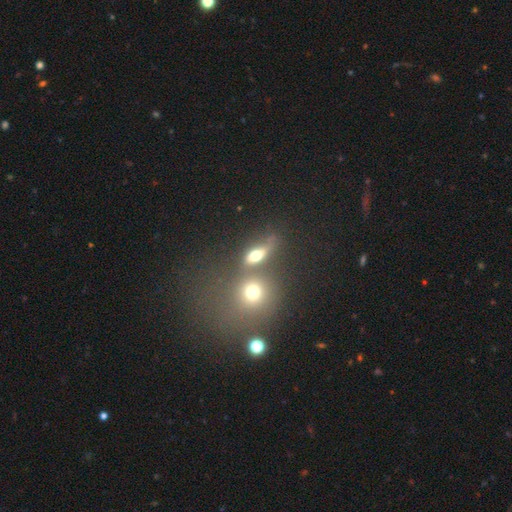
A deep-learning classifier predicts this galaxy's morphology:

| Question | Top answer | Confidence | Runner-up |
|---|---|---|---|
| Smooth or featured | smooth | 64% | featured or disk (19%) |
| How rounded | in between | 54% | round (31%) |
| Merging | none | 49% | merger (32%) |